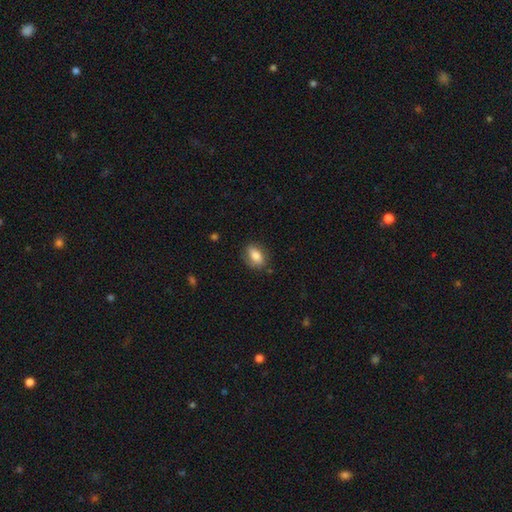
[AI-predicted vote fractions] smooth_or_featured: smooth (p=0.79) [alt: featured or disk p=0.13]
how_rounded: in between (p=0.81) [alt: round p=0.14]
merging: none (p=0.78) [alt: minor disturbance p=0.17]